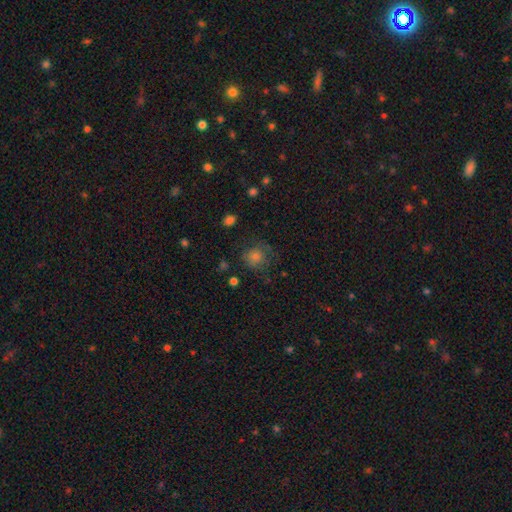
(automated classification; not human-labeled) smooth 60%, star or artifact 22%, featured or disk 18%. Down the decision tree: how rounded — round (85%); merging — none (66%).